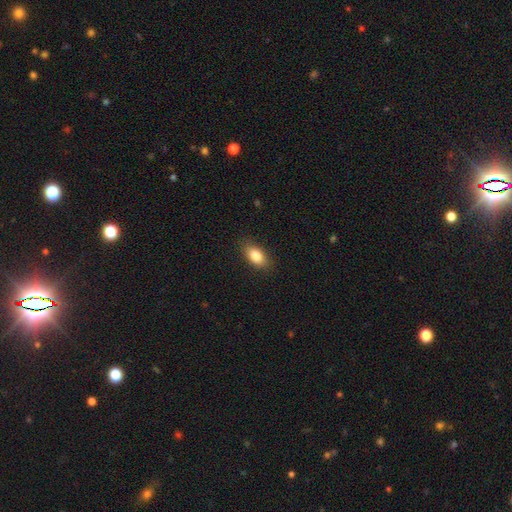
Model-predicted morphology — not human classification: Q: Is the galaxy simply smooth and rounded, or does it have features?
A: smooth — 86%.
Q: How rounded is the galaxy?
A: in between — 88%.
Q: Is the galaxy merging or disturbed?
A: none — 85%.